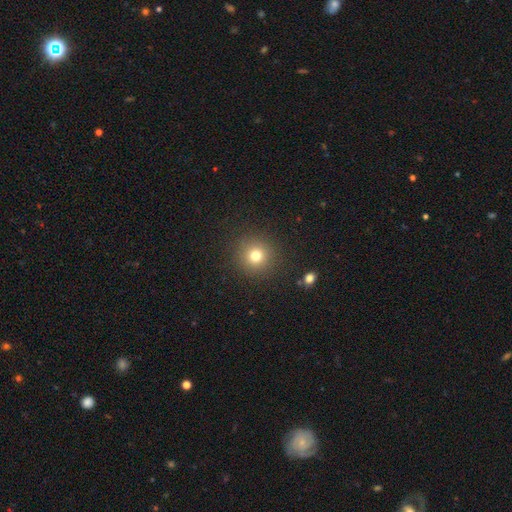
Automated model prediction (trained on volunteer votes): This appears to be a smooth galaxy with no disk features (76%) that is round (94%). Merging: none (90%).